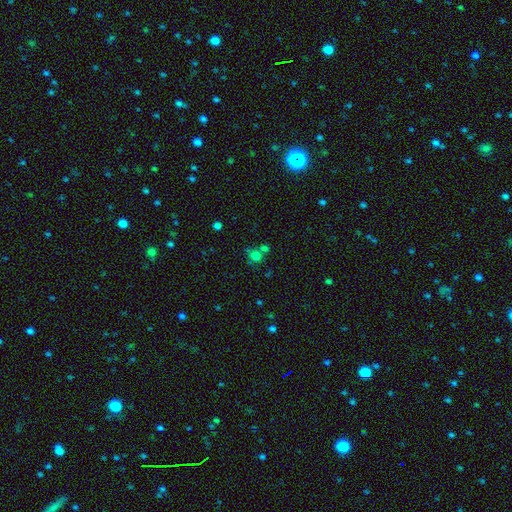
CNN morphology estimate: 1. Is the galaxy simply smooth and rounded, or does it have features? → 68% smooth, 21% star or artifact, 11% featured or disk.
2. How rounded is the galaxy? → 79% round, 20% in between, 1% cigar-shaped.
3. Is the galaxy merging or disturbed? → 51% none, 33% merger, 11% minor disturbance, 6% major disturbance.